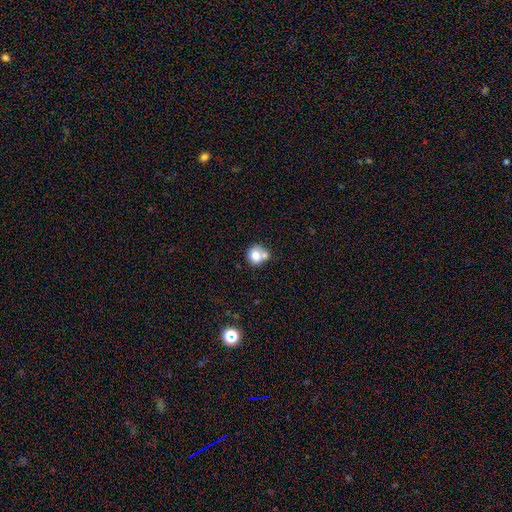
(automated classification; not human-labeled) smooth-or-featured: smooth: 77% | featured or disk: 13% | star or artifact: 9%
  how-rounded: round: 83% | in between: 16% | cigar-shaped: 1%
  merging: none: 42% | merger: 40% | minor disturbance: 12% | major disturbance: 5%